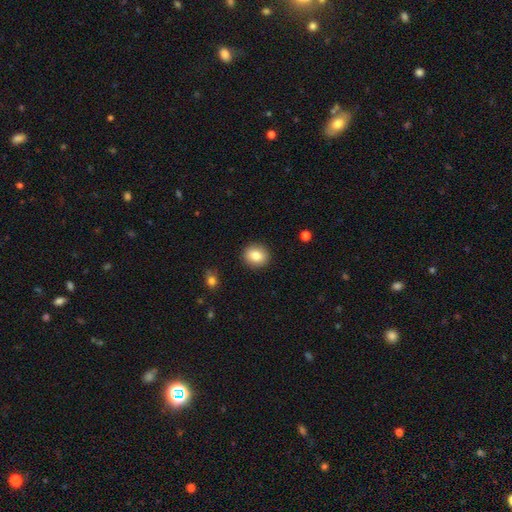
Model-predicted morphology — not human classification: This appears to be a smooth galaxy with no disk features (82%) that is round (77%). Merging: none (90%).